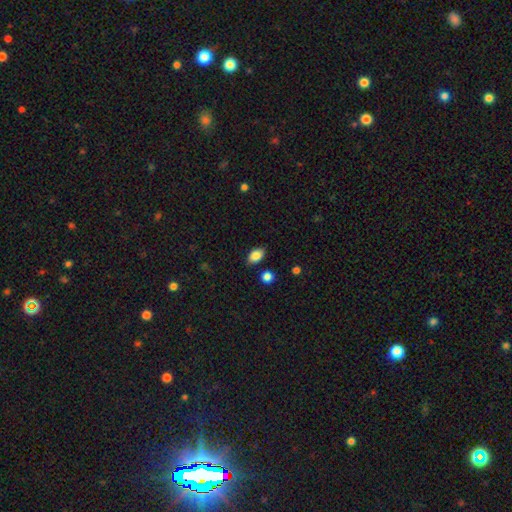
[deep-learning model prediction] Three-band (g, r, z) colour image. It shows a smooth galaxy with no disk features (84%) that is in between round and cigar-shaped (86%). Merging: none (82%).